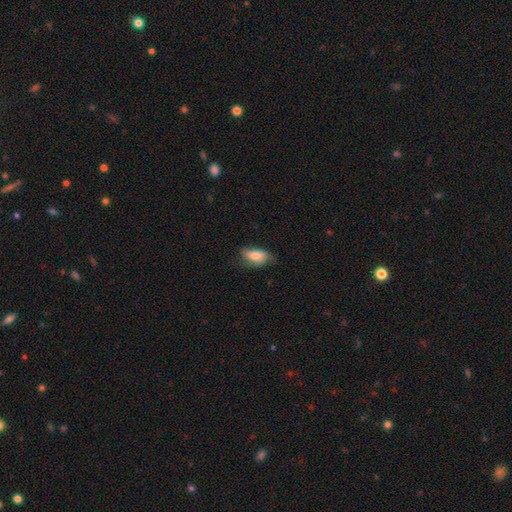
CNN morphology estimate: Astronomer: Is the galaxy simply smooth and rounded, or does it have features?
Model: smooth — 74%.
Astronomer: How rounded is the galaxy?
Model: in between — 89%.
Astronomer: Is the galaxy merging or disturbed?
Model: none — 49% (runner-up: minor disturbance, 35%).